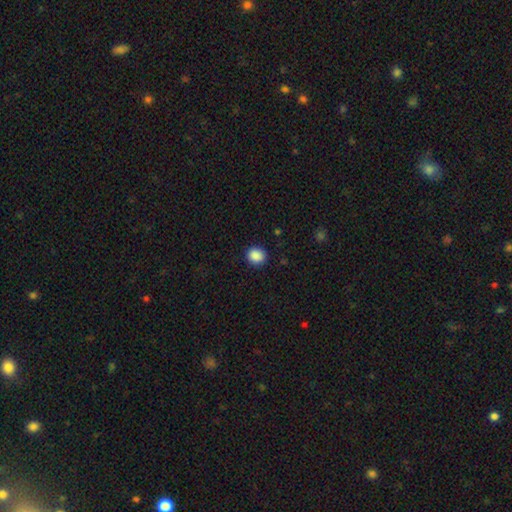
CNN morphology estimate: The model was most divided on "how rounded": round: 76%, in between: 23%, cigar-shaped: 1%. More confident: merging — none (89%); smooth or featured — smooth (89%).